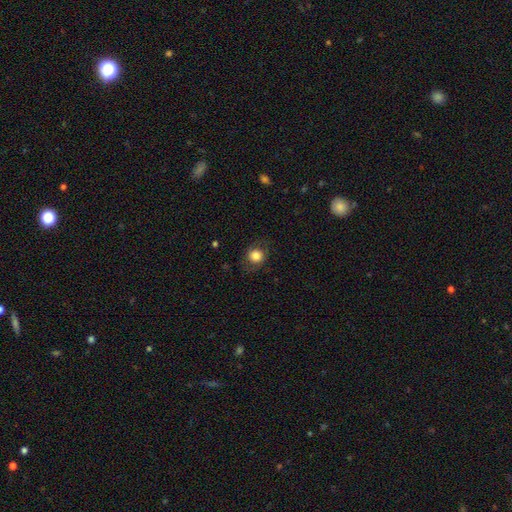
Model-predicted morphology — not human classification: This appears to be a smooth galaxy with no disk features (81%) that is round (84%). Merging: none (81%).